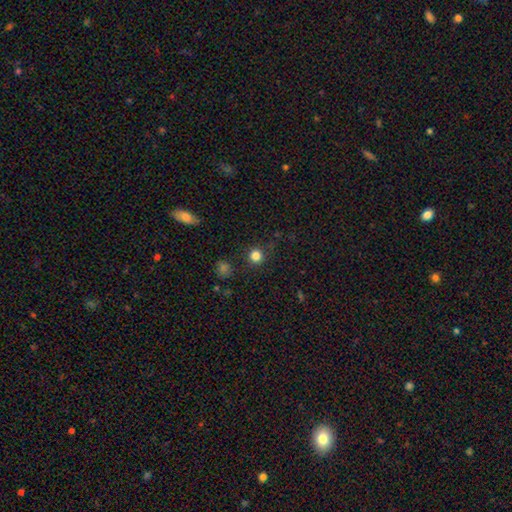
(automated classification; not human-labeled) Smooth or featured: smooth — 83% (star or artifact — 13%)
How rounded: round — 94% (in between — 5%)
Merging: none — 89% (minor disturbance — 6%)